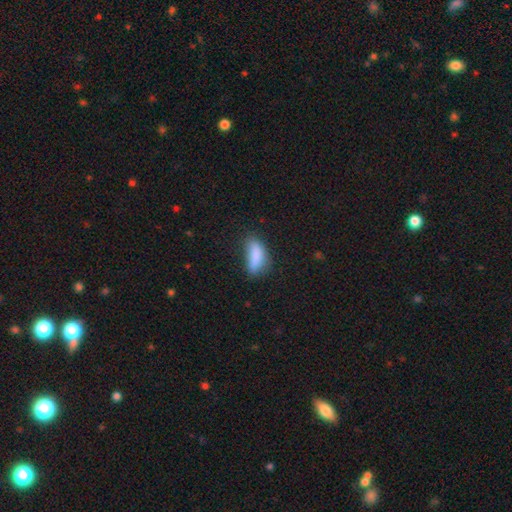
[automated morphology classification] smooth_or_featured: smooth (p=0.83) [alt: featured or disk p=0.09]
how_rounded: in between (p=0.78) [alt: cigar-shaped p=0.19]
merging: none (p=0.48) [alt: minor disturbance p=0.34]